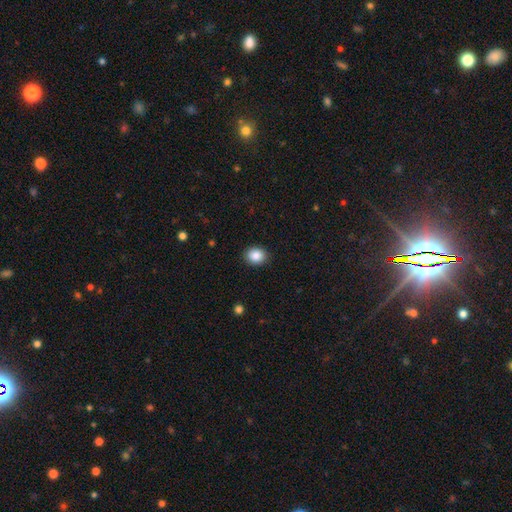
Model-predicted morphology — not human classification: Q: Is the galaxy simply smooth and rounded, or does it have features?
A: smooth — 87%.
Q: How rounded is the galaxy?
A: round — 62%.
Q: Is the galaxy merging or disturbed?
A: none — 89%.